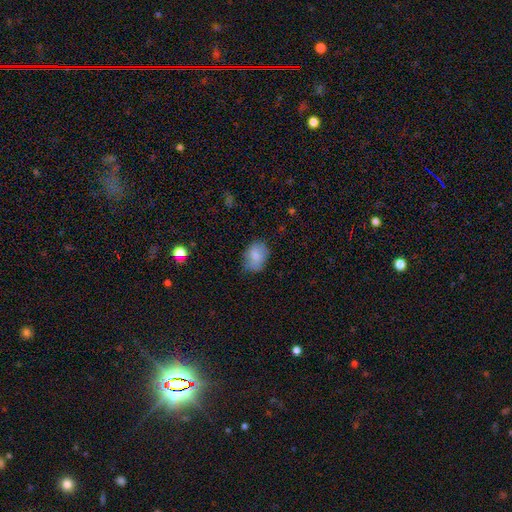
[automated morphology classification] The model was most divided on "how rounded": in between: 73%, round: 26%, cigar-shaped: 1%. More confident: smooth or featured — smooth (81%); merging — none (72%).